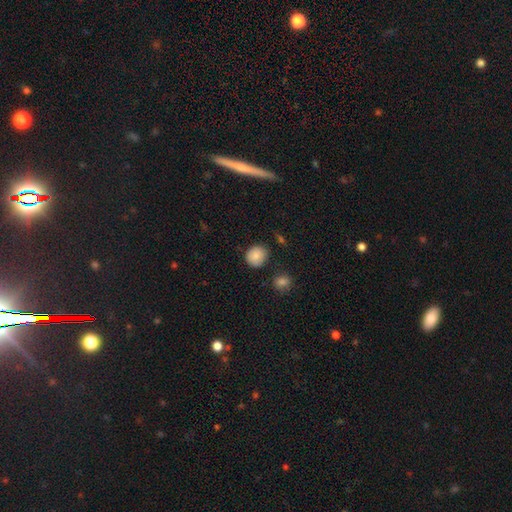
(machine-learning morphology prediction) The model was most divided on "merging": none: 80%, minor disturbance: 14%, major disturbance: 3%, merger: 3%. More confident: how rounded — round (85%); smooth or featured — smooth (85%).